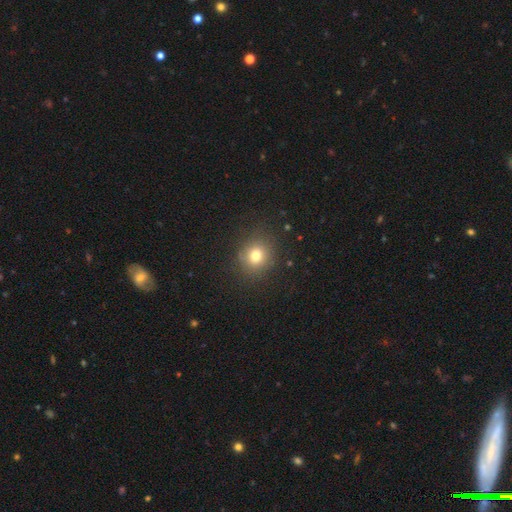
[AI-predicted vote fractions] This appears to be a smooth galaxy with no disk features (75%) that is round (82%). Merging: none (85%).